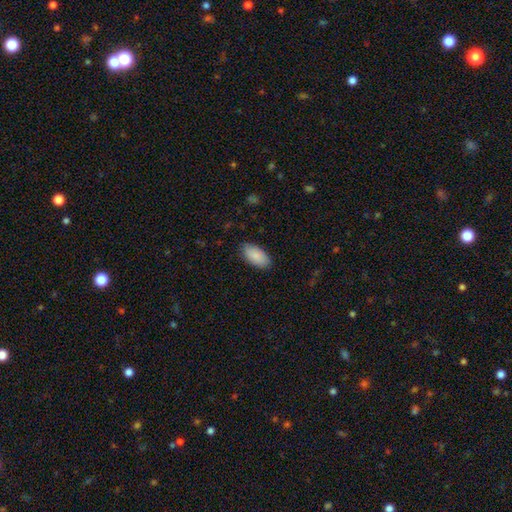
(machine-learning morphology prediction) The model was most divided on "merging": none: 85%, minor disturbance: 12%, major disturbance: 2%, merger: 1%. More confident: how rounded — in between (95%); smooth or featured — smooth (89%).